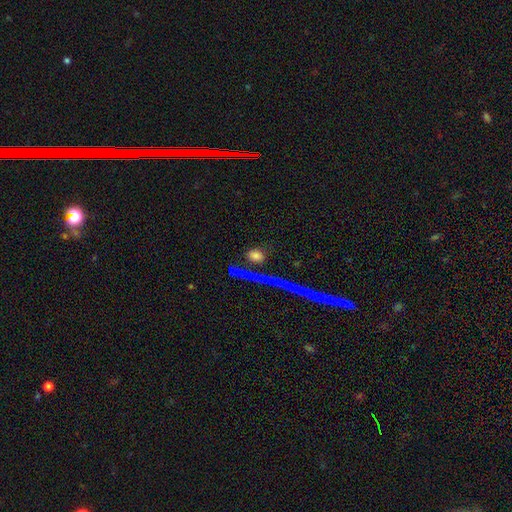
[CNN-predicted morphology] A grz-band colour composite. It shows a smooth galaxy with no disk features (69%) that is round (51%). Merging: none (75%).